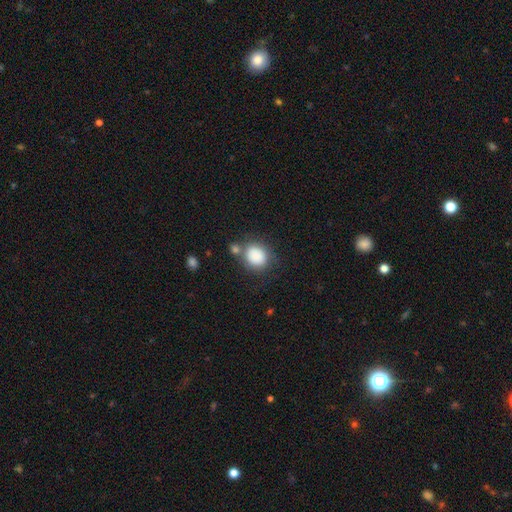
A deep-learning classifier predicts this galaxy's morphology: A smooth galaxy with no disk features (85%) that is round (72%).

Vote fractions:
- Smooth or featured? smooth: 85% / star or artifact: 9% / featured or disk: 6%
- How rounded? round: 72% / in between: 27% / cigar-shaped: 1%
- Merging? none: 60% / merger: 18% / minor disturbance: 16% / major disturbance: 7%